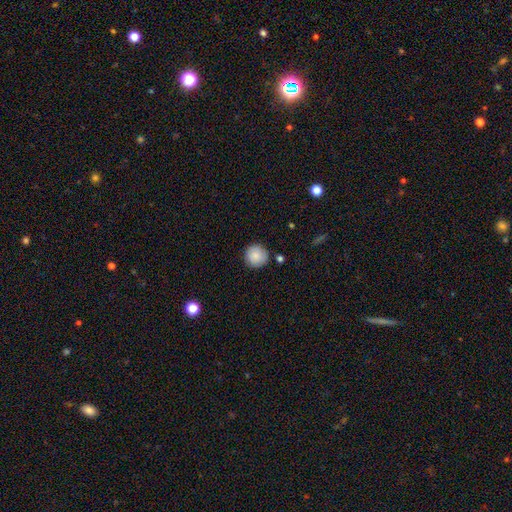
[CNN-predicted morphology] type=smooth (86%); roundness=round (95%); merging=none (86%).